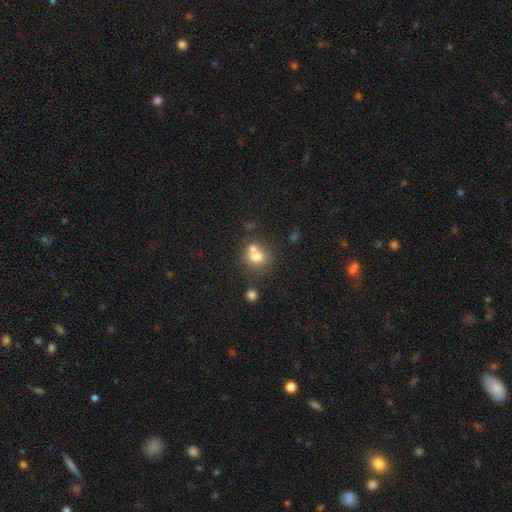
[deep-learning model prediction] This is likely a smooth galaxy (72%). How rounded: likely round (70%). Merging: possibly merger (49%).